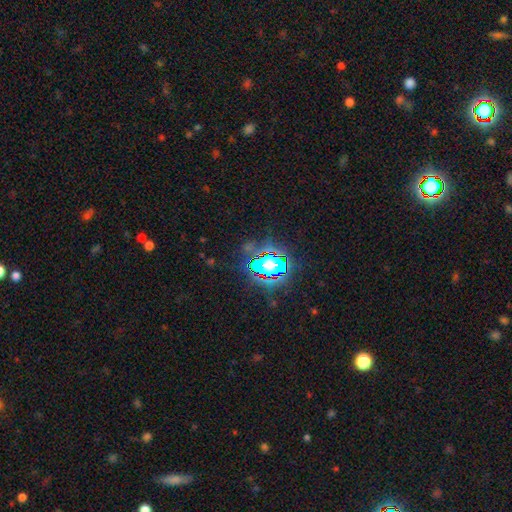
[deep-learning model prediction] The model was most divided on "smooth or featured": star or artifact: 81%, smooth: 11%, featured or disk: 8%.